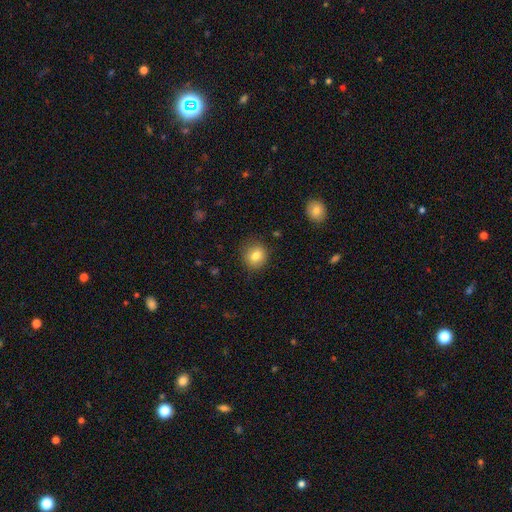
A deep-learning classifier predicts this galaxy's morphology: smooth_or_featured: smooth (p=0.82) [alt: star or artifact p=0.10]
how_rounded: round (p=0.81) [alt: in between p=0.18]
merging: none (p=0.84) [alt: minor disturbance p=0.12]